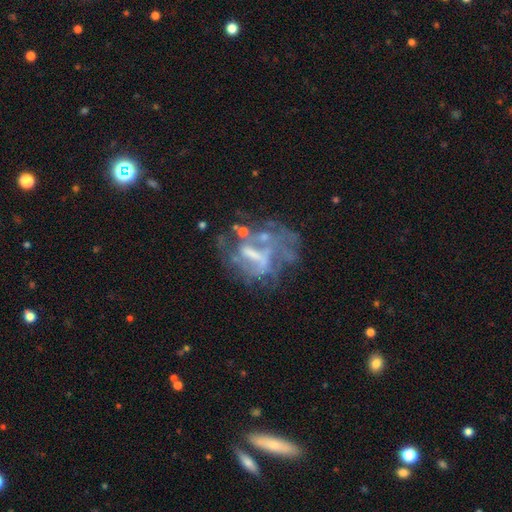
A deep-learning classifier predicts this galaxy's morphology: type=featured or disk (74%); edge-on=no (96%); bar=no (36%, tied with weak); spiral arms=no (60%); bulge=none (41%); merging=none (37%).